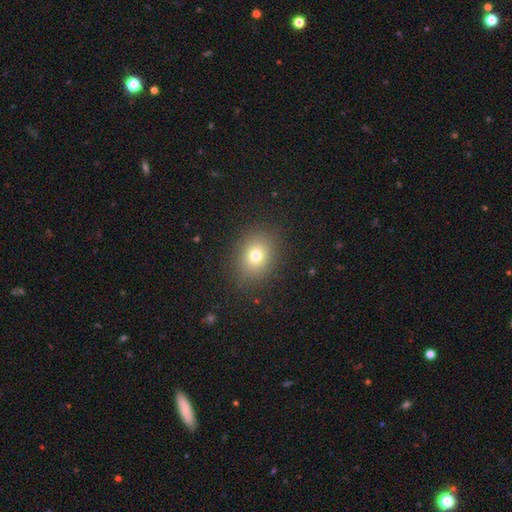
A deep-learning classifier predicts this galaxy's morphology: smooth 75%, star or artifact 14%, featured or disk 10%. Down the decision tree: how rounded — round (55%); merging — none (87%).